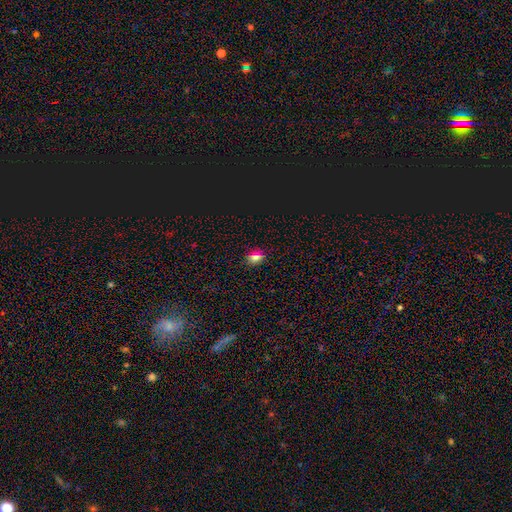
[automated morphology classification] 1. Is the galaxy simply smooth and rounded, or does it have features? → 69% smooth, 23% star or artifact, 9% featured or disk.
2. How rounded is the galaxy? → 50% in between, 48% round, 3% cigar-shaped.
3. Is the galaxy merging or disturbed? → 89% none, 7% minor disturbance, 2% major disturbance, 1% merger.